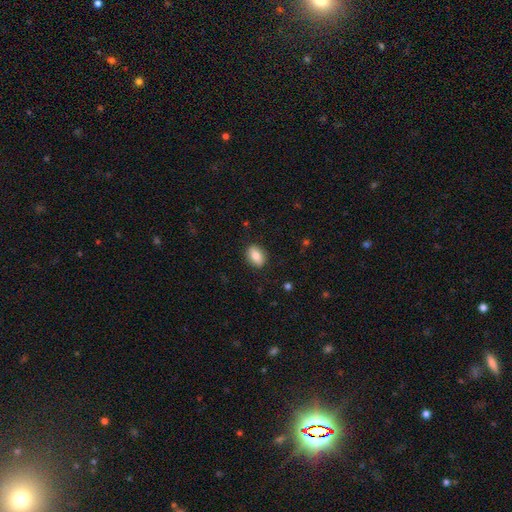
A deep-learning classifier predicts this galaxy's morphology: Overall: smooth (79%). How rounded: in between (80%). Merging: none (86%).